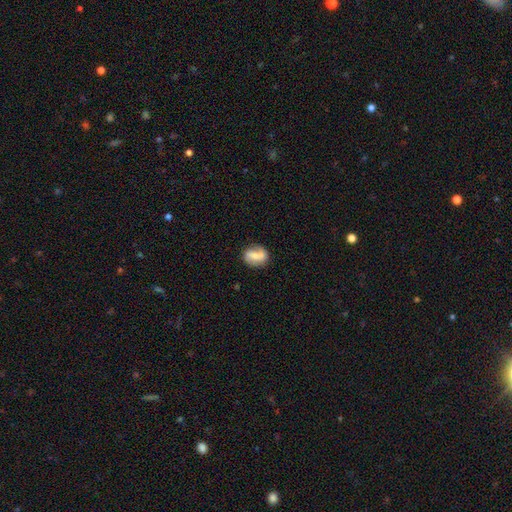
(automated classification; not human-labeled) Smooth or featured?
  - featured or disk: 47% *
  - smooth: 46%
  - star or artifact: 8%
Merging?
  - none: 74% *
  - minor disturbance: 17%
  - major disturbance: 5%
  - merger: 5%